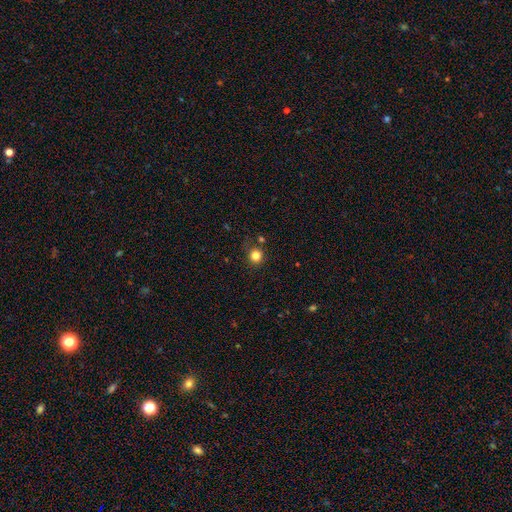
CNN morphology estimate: Overall: smooth (82%). How rounded: round (90%). Merging: none (81%).